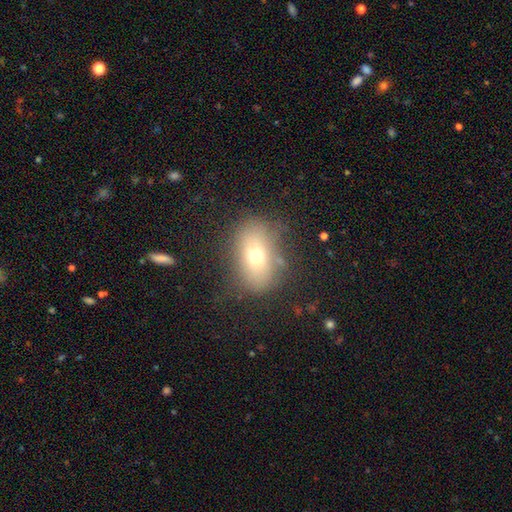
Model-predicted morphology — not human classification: Smooth or featured? Predicted: smooth (p=0.64). How rounded? Predicted: in between (p=0.78). Merging? Predicted: none (p=0.72).